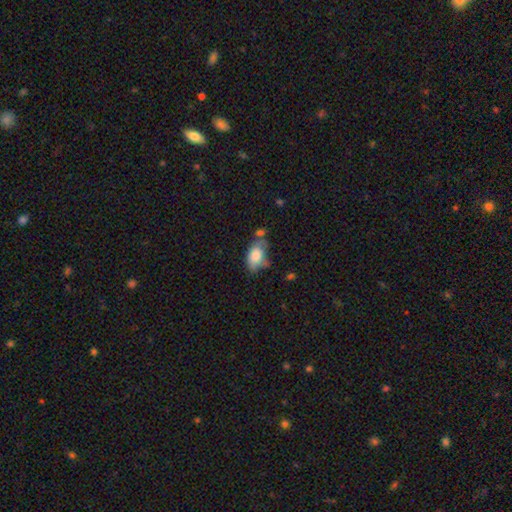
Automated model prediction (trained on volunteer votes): Smooth or featured? Predicted: smooth (p=0.81). How rounded? Predicted: in between (p=0.91). Merging? Predicted: none (p=0.43).